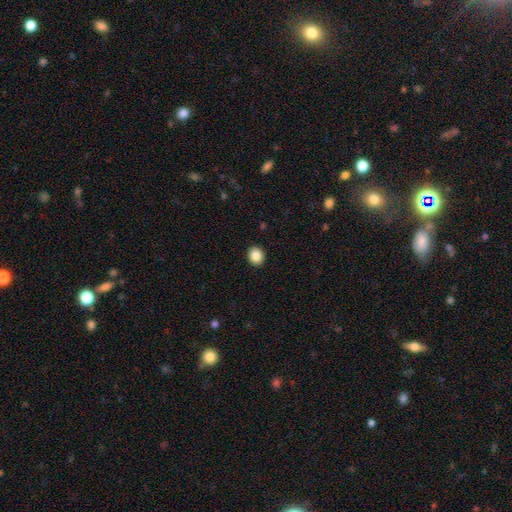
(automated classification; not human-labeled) Q: Smooth or featured?
A: smooth (86%); runner-up: star or artifact (9%)
Q: How rounded?
A: round (70%); runner-up: in between (29%)
Q: Merging?
A: none (92%); runner-up: minor disturbance (5%)